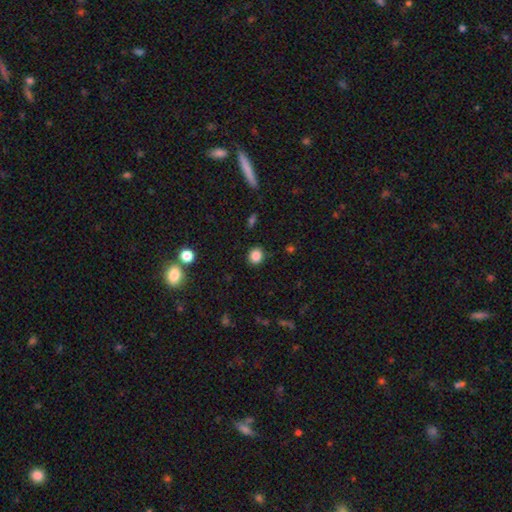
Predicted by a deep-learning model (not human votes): Smooth or featured? smooth (85%)
How rounded? round (77%)
Merging? none (89%)